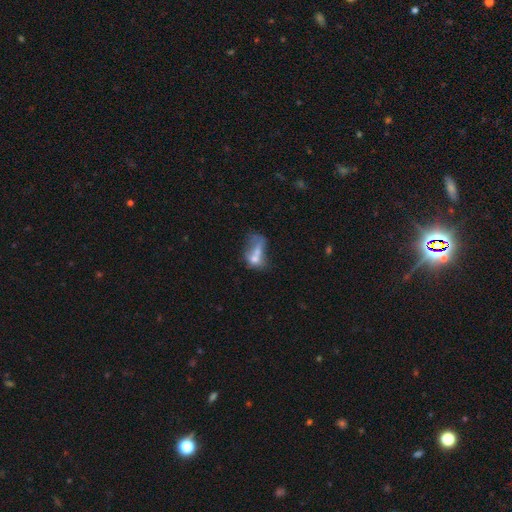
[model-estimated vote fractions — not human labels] Morphology: type=smooth (54%); roundness=in between (72%); merging=merger (52%).